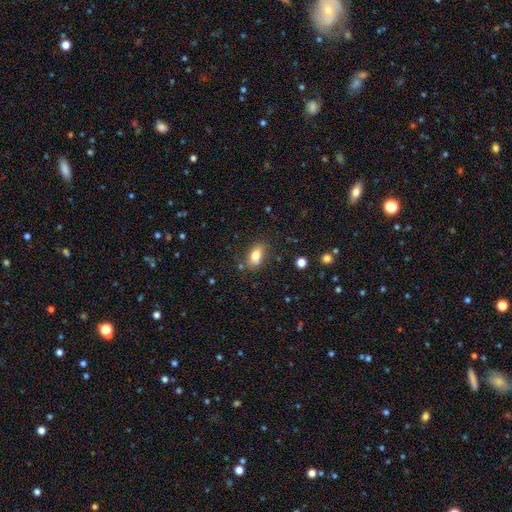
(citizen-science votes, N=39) Smooth or featured? smooth (69%)
How rounded? in between (78%)
Merging? none (77%)